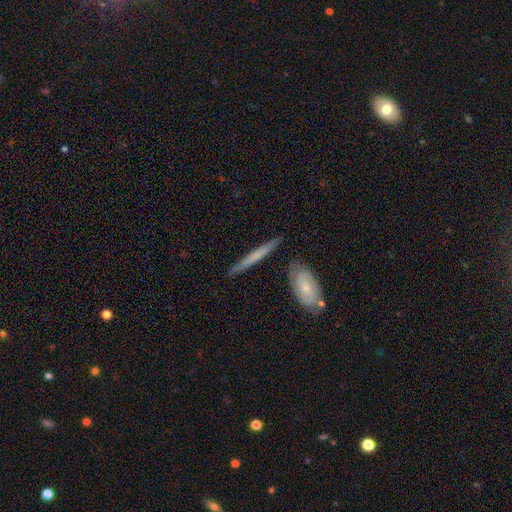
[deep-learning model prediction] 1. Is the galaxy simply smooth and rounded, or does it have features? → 54% smooth, 41% featured or disk, 5% star or artifact.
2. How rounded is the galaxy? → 93% cigar-shaped, 5% in between, 2% round.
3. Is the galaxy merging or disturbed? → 83% none, 10% minor disturbance, 4% merger, 2% major disturbance.